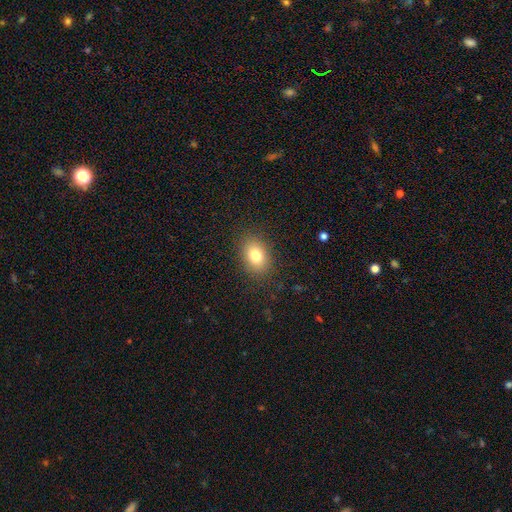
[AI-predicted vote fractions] smooth_or_featured: smooth (p=0.80) [alt: star or artifact p=0.10]
how_rounded: in between (p=0.74) [alt: round p=0.25]
merging: none (p=0.87) [alt: minor disturbance p=0.09]